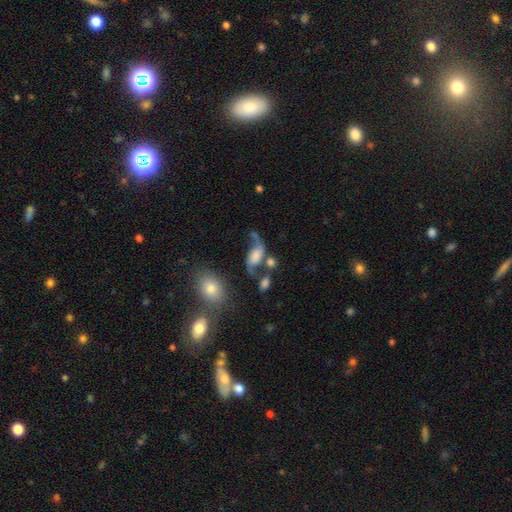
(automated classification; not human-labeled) A featured or disk galaxy (65%) with no bar (55%), 2 (87%) loose (84%) spiral arms (89%) and no central bulge (30%). Merging: none (40%).